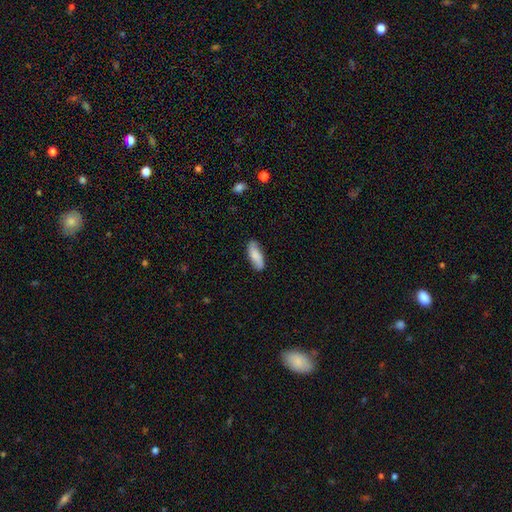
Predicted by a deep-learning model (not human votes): smooth-or-featured: smooth: 73% | featured or disk: 20% | star or artifact: 6%
  how-rounded: in between: 67% | cigar-shaped: 31% | round: 2%
  merging: none: 82% | minor disturbance: 14% | major disturbance: 3% | merger: 1%